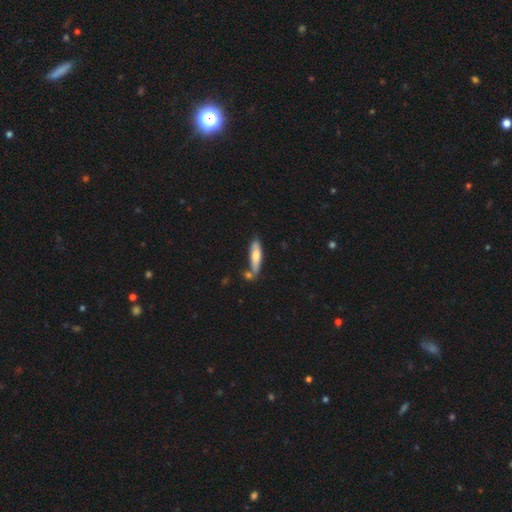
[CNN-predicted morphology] Smooth or featured? Predicted: smooth (p=0.64). How rounded? Predicted: cigar-shaped (p=0.66). Merging? Predicted: none (p=0.61).